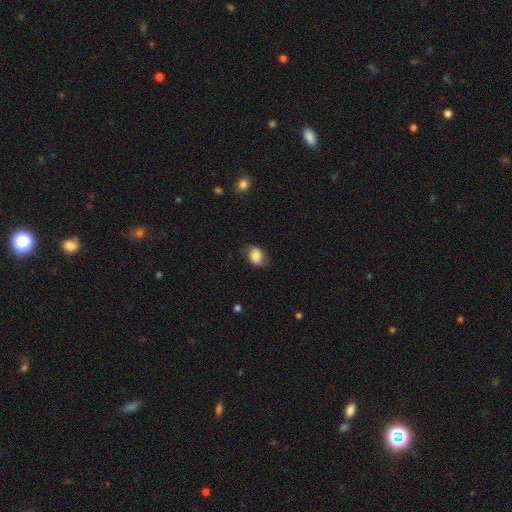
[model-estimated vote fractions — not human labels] This is clearly a smooth galaxy (83%). How rounded: likely in between (60%). Merging: likely none (74%).